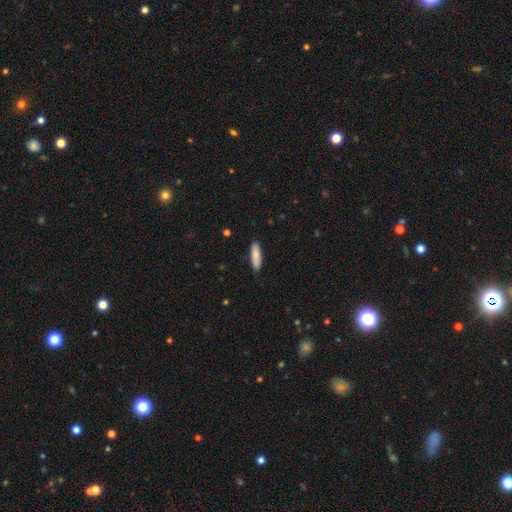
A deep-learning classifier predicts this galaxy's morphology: Q: Smooth or featured?
A: smooth (85%); runner-up: featured or disk (10%)
Q: How rounded?
A: cigar-shaped (64%); runner-up: in between (34%)
Q: Merging?
A: none (89%); runner-up: minor disturbance (8%)